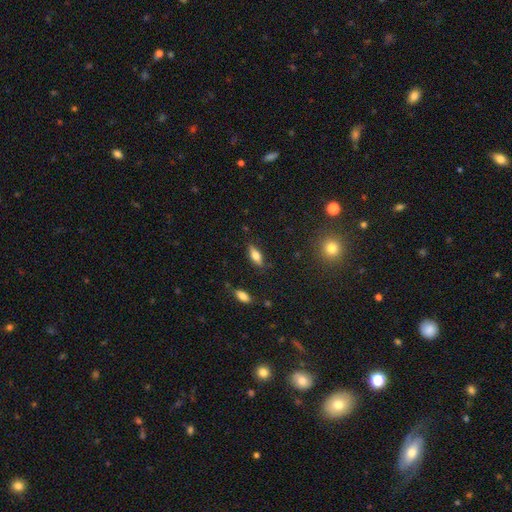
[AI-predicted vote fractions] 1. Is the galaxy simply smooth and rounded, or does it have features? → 56% smooth, 36% featured or disk, 8% star or artifact.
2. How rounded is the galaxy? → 63% in between, 33% cigar-shaped, 3% round.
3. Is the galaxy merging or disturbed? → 83% none, 12% minor disturbance, 3% major disturbance, 2% merger.